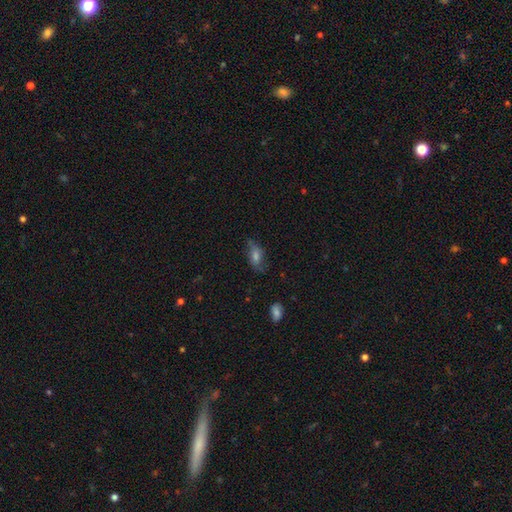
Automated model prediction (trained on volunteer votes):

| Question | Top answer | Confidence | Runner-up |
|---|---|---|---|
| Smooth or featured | smooth | 46% | featured or disk (39%) |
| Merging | none | 64% | minor disturbance (23%) |